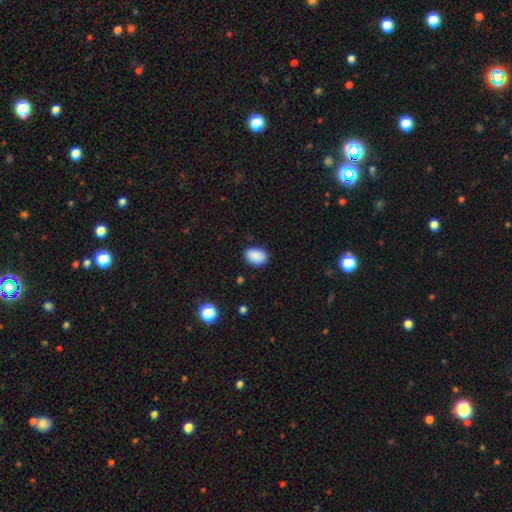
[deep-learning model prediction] Smooth or featured? Predicted: smooth (p=0.89). How rounded? Predicted: in between (p=0.87). Merging? Predicted: none (p=0.86).